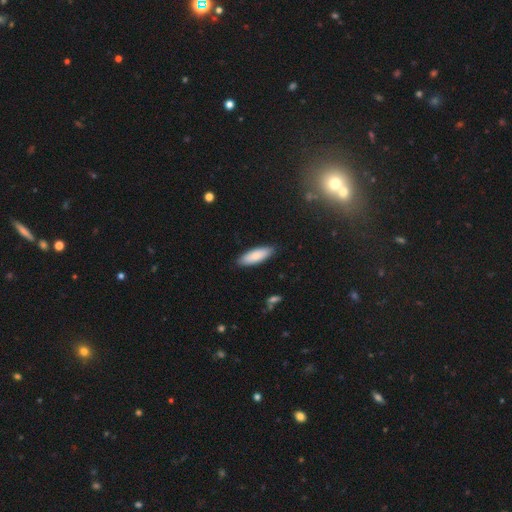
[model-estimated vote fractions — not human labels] smooth-or-featured: smooth: 84% | featured or disk: 10% | star or artifact: 6%
  how-rounded: in between: 58% | cigar-shaped: 40% | round: 2%
  merging: none: 87% | minor disturbance: 10% | major disturbance: 2% | merger: 1%